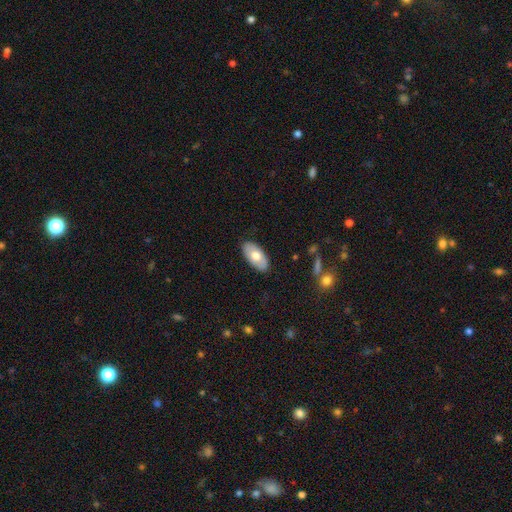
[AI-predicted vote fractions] A smooth galaxy with no disk features (67%) that is in between round and cigar-shaped (95%). Merging: none (87%).